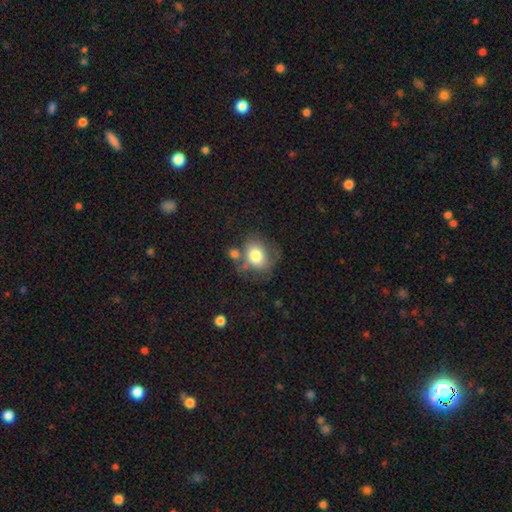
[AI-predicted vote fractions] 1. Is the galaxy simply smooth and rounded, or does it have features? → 76% smooth, 15% featured or disk, 8% star or artifact.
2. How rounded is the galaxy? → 54% round, 45% in between, 1% cigar-shaped.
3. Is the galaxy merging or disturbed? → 51% none, 22% minor disturbance, 16% merger, 11% major disturbance.